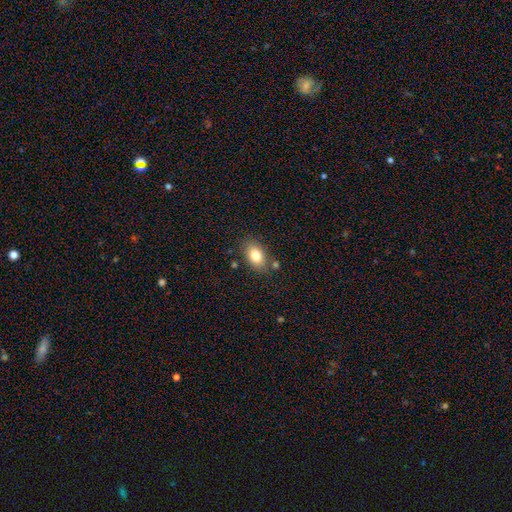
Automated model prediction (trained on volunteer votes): This is clearly a smooth galaxy (81%). How rounded: clearly in between (86%). Merging: likely none (78%).